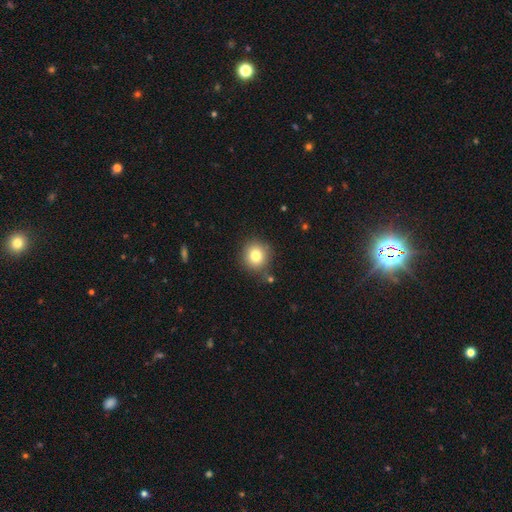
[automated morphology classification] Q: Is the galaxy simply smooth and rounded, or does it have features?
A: smooth — 79%.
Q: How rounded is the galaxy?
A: round — 91%.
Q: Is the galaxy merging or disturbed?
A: none — 83%.